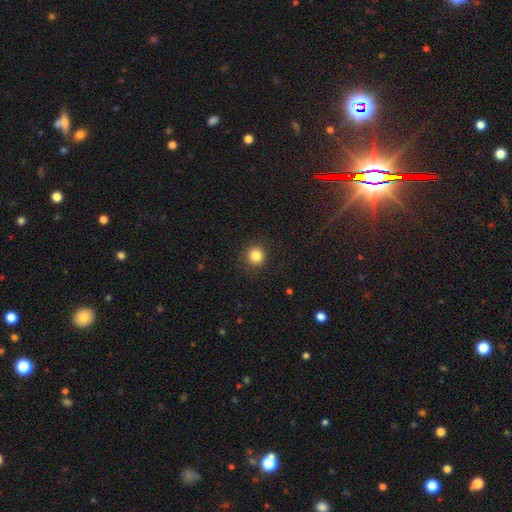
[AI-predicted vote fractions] A smooth galaxy with no disk features (84%) that is round (93%). Merging: none (89%).